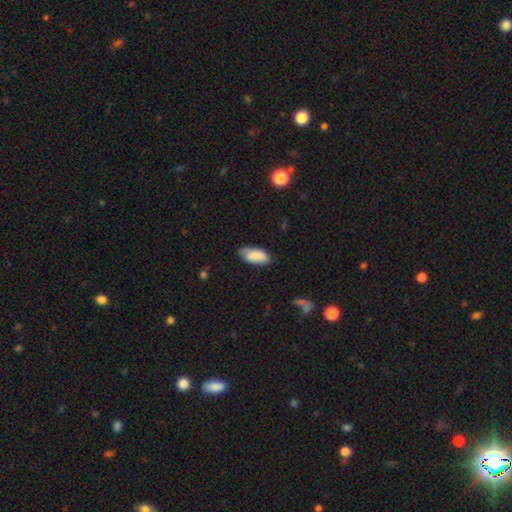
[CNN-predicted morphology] Overall: smooth (86%). How rounded: in between (92%). Merging: none (73%).